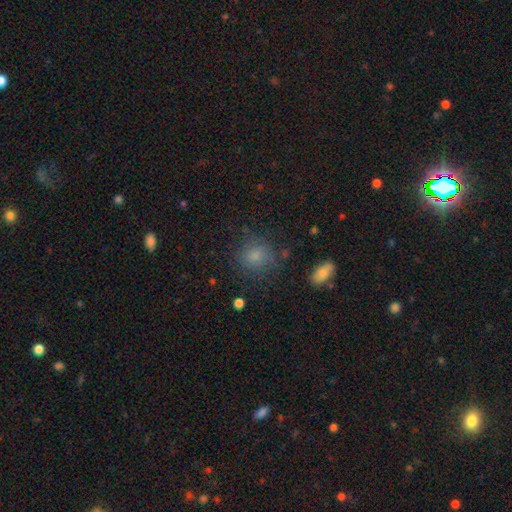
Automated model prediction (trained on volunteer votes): smooth-or-featured: smooth: 78% | star or artifact: 14% | featured or disk: 8%
  how-rounded: round: 78% | in between: 21% | cigar-shaped: 1%
  merging: none: 77% | minor disturbance: 14% | major disturbance: 6% | merger: 3%